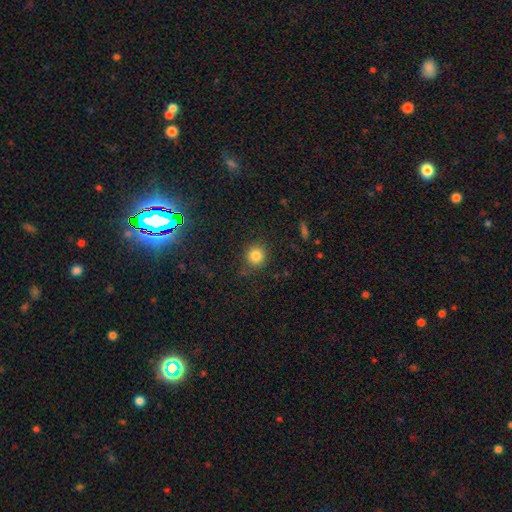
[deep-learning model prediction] Overall: smooth (83%). How rounded: round (91%). Merging: none (85%).